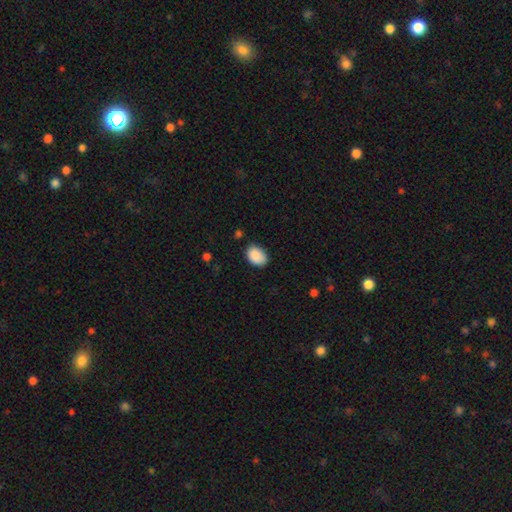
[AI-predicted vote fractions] Q: Smooth or featured?
A: smooth (89%); runner-up: star or artifact (7%)
Q: How rounded?
A: in between (83%); runner-up: round (16%)
Q: Merging?
A: none (75%); runner-up: minor disturbance (20%)